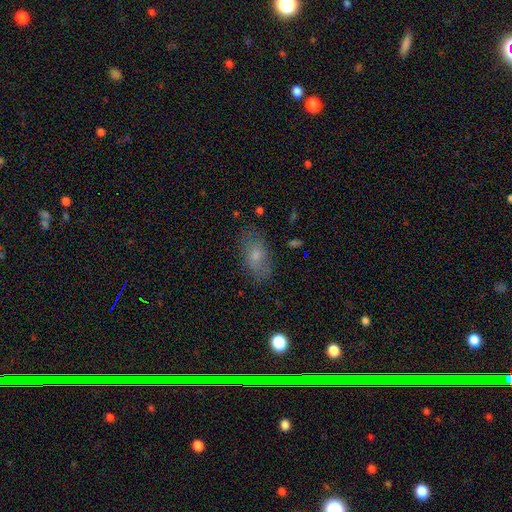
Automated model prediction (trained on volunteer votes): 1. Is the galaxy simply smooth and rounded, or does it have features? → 68% smooth, 22% featured or disk, 10% star or artifact.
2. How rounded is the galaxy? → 88% in between, 8% round, 4% cigar-shaped.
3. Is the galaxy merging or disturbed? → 76% none, 17% minor disturbance, 6% major disturbance, 2% merger.